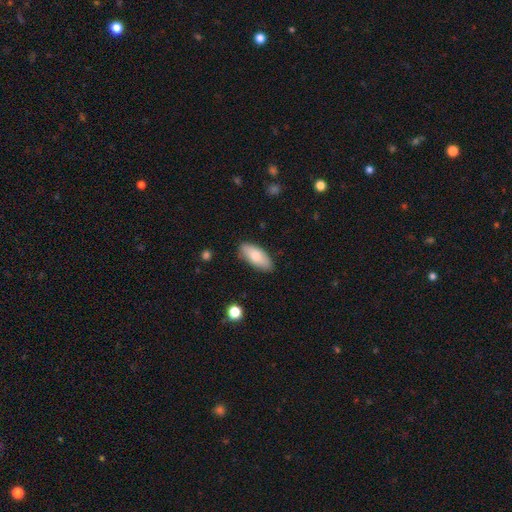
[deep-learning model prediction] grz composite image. It shows a smooth galaxy with no disk features (73%) that is in between round and cigar-shaped (85%). Merging: none (85%).